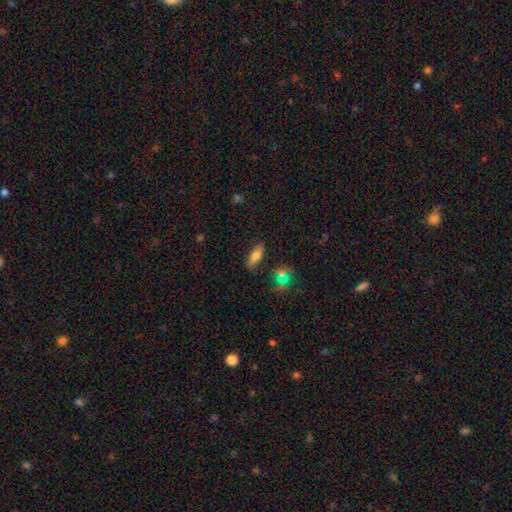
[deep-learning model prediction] smooth_or_featured: smooth (p=0.74) [alt: featured or disk p=0.17]
how_rounded: in between (p=0.70) [alt: cigar-shaped p=0.27]
merging: none (p=0.82) [alt: minor disturbance p=0.12]